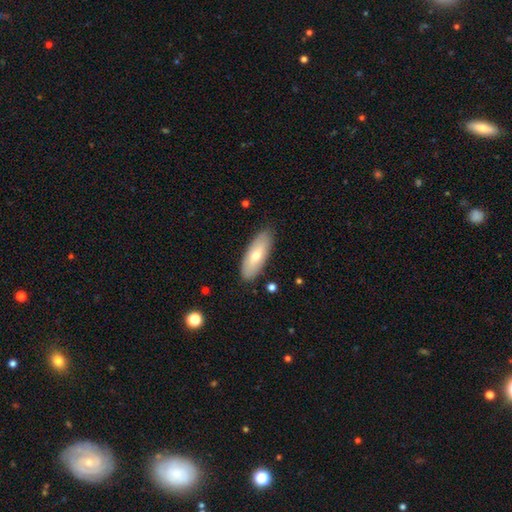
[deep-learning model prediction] Smooth or featured? smooth (65%)
How rounded? in between (71%)
Merging? none (86%)